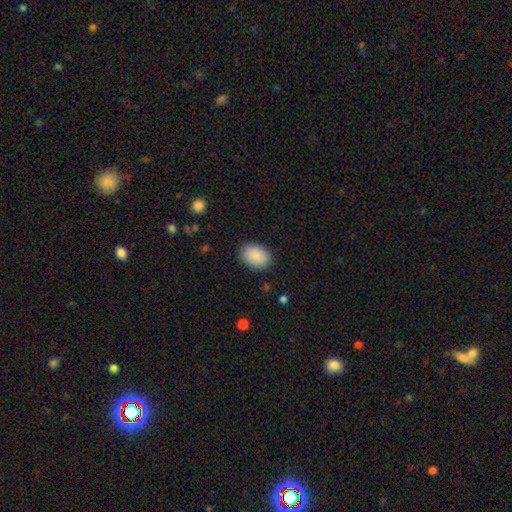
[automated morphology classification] Q: Smooth or featured?
A: smooth (90%); runner-up: star or artifact (7%)
Q: How rounded?
A: in between (77%); runner-up: round (22%)
Q: Merging?
A: none (86%); runner-up: minor disturbance (10%)